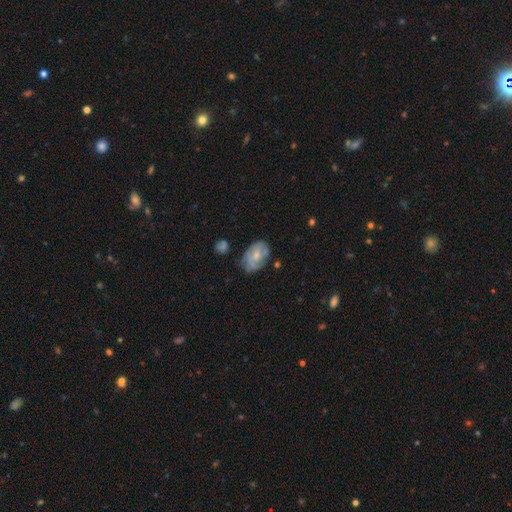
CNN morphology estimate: A featured or disk galaxy (47%).

Vote fractions:
- Smooth or featured? featured or disk: 47% / smooth: 46% / star or artifact: 7%
- Merging? none: 57% / minor disturbance: 30% / major disturbance: 10% / merger: 3%